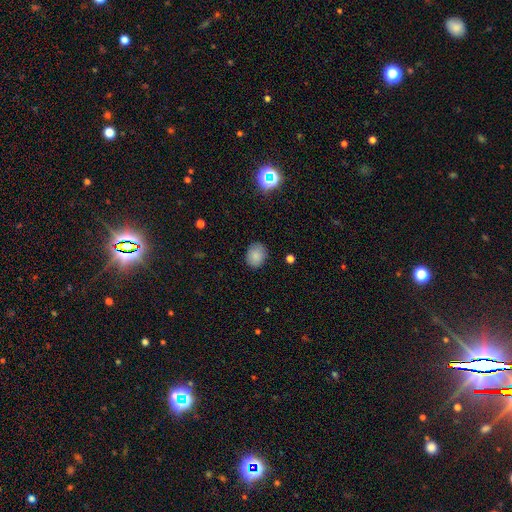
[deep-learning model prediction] Morphology: type=smooth (85%); roundness=round (50%); merging=none (85%).